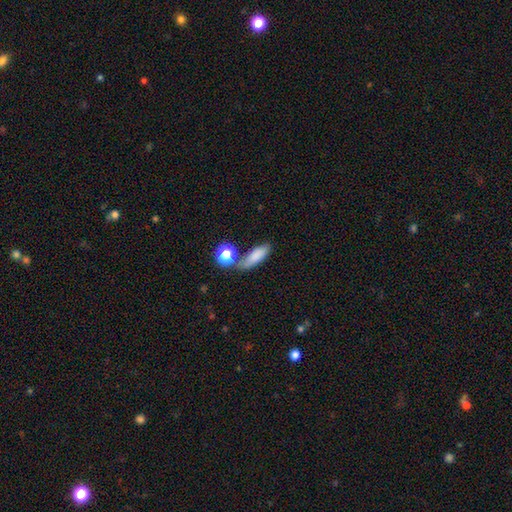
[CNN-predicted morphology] Smooth or featured?
  - smooth: 81% *
  - star or artifact: 10%
  - featured or disk: 9%
How rounded?
  - in between: 60% *
  - cigar-shaped: 33%
  - round: 7%
Merging?
  - none: 62% *
  - minor disturbance: 16%
  - merger: 15%
  - major disturbance: 6%